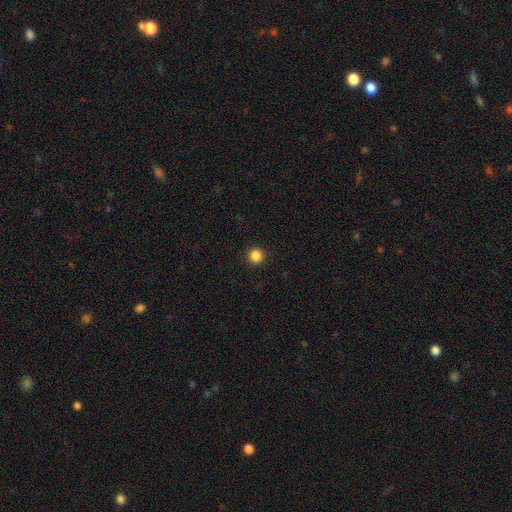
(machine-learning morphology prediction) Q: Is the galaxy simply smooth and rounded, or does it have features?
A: smooth — 86%.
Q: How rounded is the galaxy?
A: round — 95%.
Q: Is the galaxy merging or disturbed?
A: none — 93%.